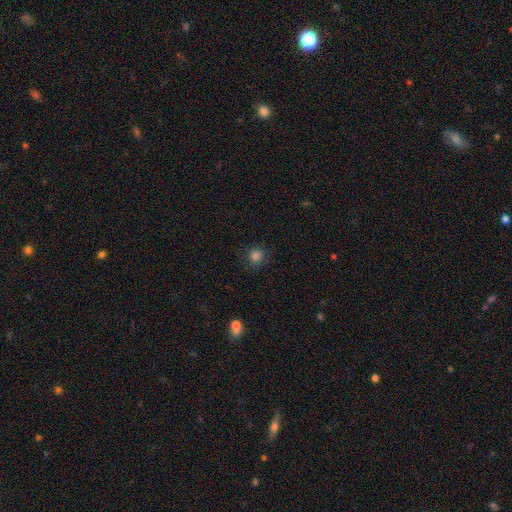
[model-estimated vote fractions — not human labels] Smooth or featured: smooth — 82% (star or artifact — 14%)
How rounded: round — 85% (in between — 14%)
Merging: none — 82% (minor disturbance — 13%)